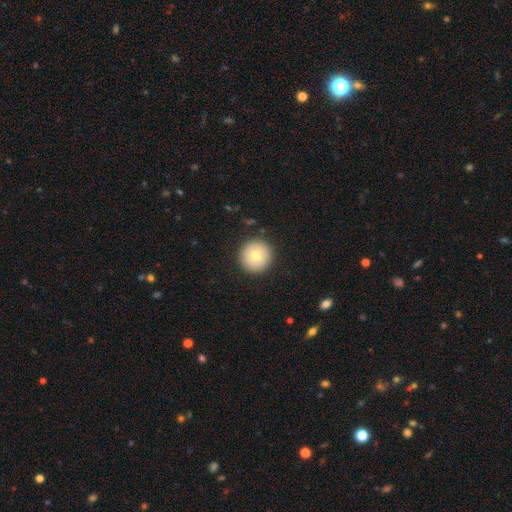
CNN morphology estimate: smooth_or_featured: smooth (p=0.77) [alt: featured or disk p=0.14]
how_rounded: round (p=0.96) [alt: in between p=0.03]
merging: none (p=0.91) [alt: minor disturbance p=0.06]